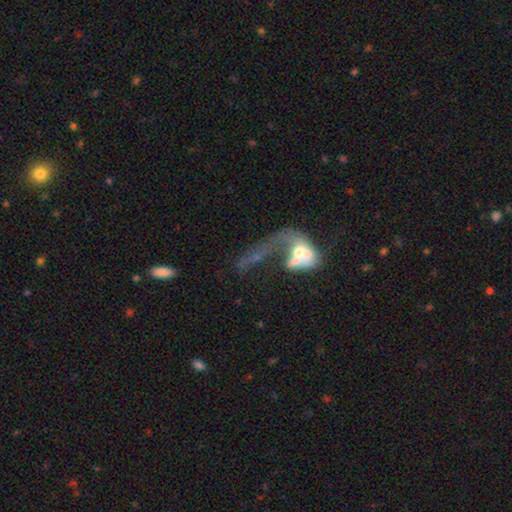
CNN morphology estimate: A featured or disk galaxy (53%). Merging: merger (57%).